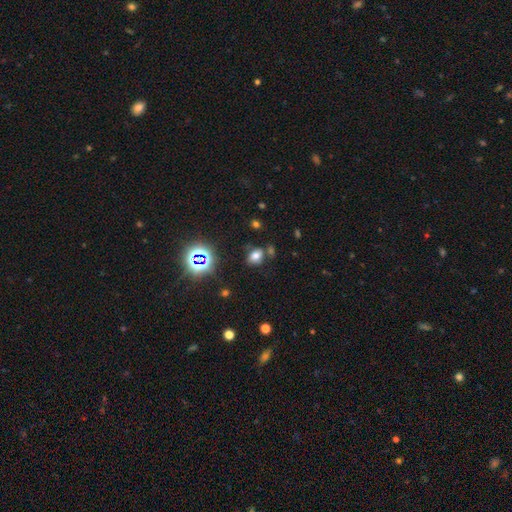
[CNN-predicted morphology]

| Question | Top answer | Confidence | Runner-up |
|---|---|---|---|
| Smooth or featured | smooth | 65% | star or artifact (24%) |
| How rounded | in between | 70% | round (29%) |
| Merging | none | 69% | minor disturbance (15%) |